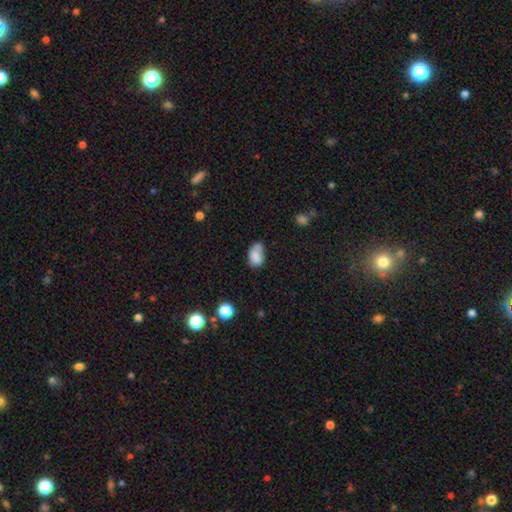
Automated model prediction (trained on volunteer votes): smooth-or-featured: smooth: 79% | featured or disk: 12% | star or artifact: 10%
  how-rounded: in between: 87% | round: 11% | cigar-shaped: 1%
  merging: none: 45% | minor disturbance: 34% | merger: 11% | major disturbance: 11%